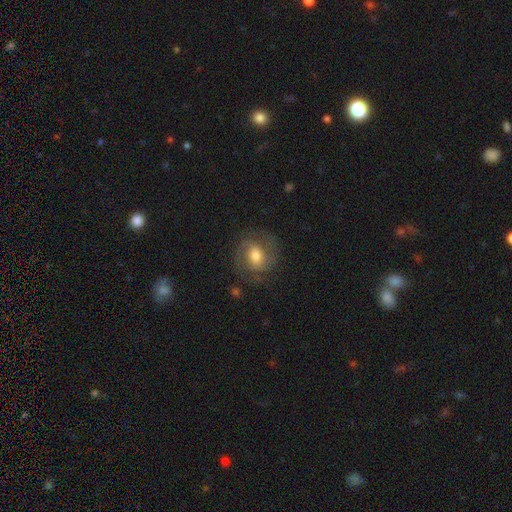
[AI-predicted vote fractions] Overall: featured or disk (64%; smooth 29%). Edge-on disk: no (97%). Bar: weak (44%; no 43%). Spiral arms: yes (87%). Spiral arm count: 2 (79%). Spiral winding: medium (49%; tight 34%). Bulge size: moderate (61%; large 21%). Merging: none (72%).